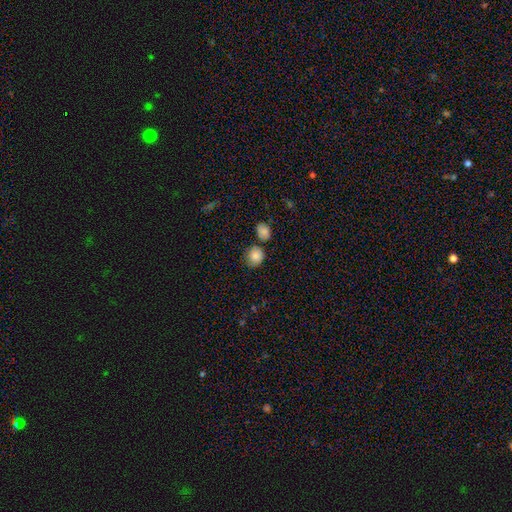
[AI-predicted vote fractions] This is clearly a smooth galaxy (85%). How rounded: likely round (75%). Merging: likely none (63%).